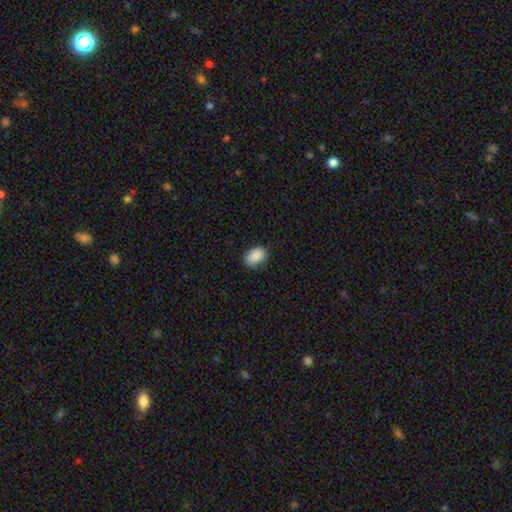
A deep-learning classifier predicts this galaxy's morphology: type=smooth (89%); roundness=in between (89%); merging=none (80%).